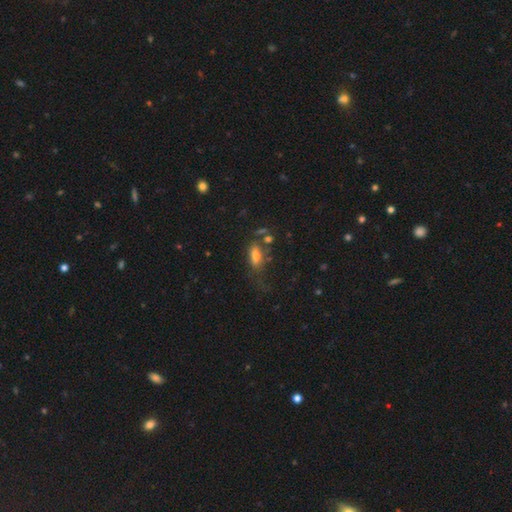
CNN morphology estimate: type=smooth (72%); roundness=in between (80%); merging=none (46%).